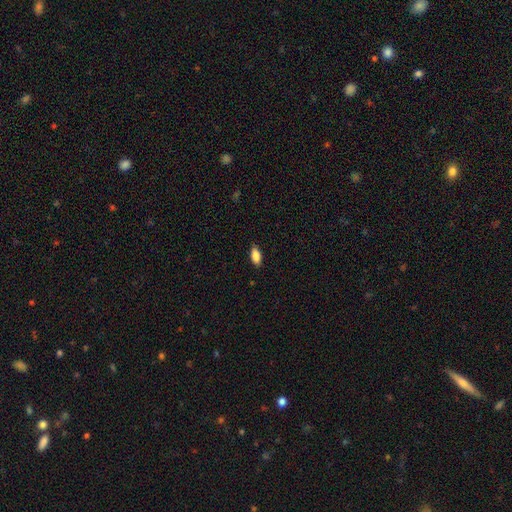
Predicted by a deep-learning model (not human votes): This is clearly a smooth galaxy (84%). How rounded: clearly in between (87%). Merging: clearly none (87%).